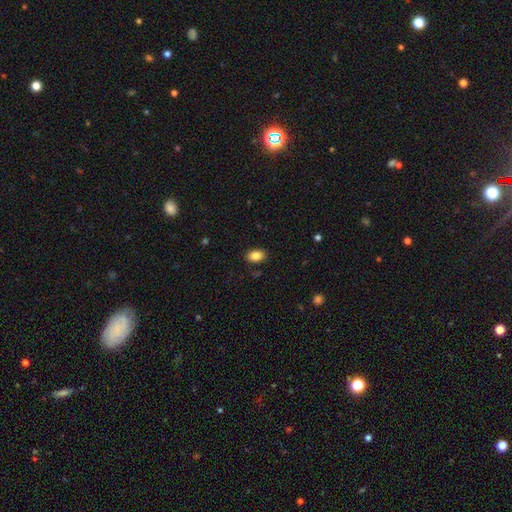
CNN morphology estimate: smooth 86%, star or artifact 8%, featured or disk 6%. Down the decision tree: how rounded — in between (87%); merging — none (87%).